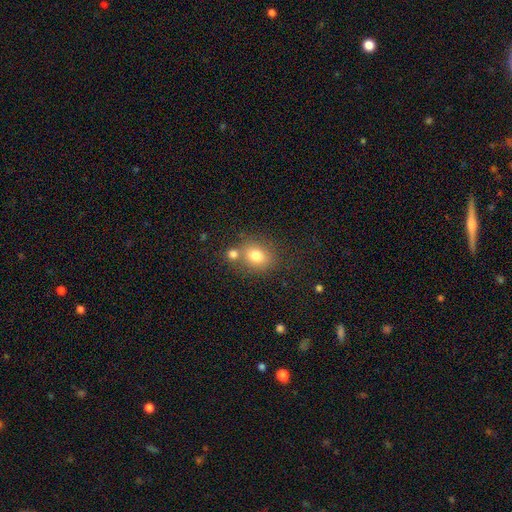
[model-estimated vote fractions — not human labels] Overall: smooth (78%). How rounded: round (59%; in between 40%). Merging: none (57%; merger 26%).